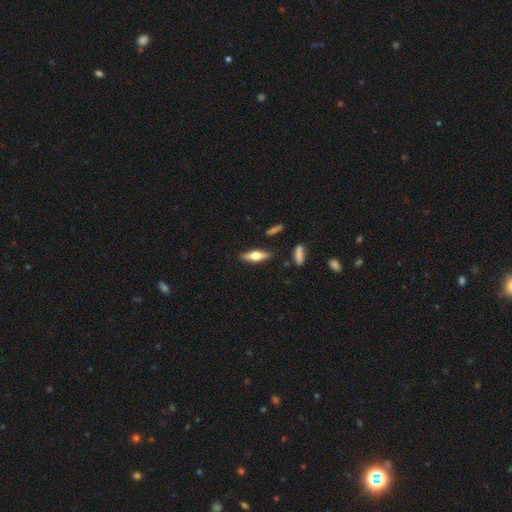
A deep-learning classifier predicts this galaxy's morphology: Smooth or featured?
  - featured or disk: 48% *
  - smooth: 45%
  - star or artifact: 7%
Merging?
  - none: 86% *
  - minor disturbance: 9%
  - major disturbance: 2%
  - merger: 2%